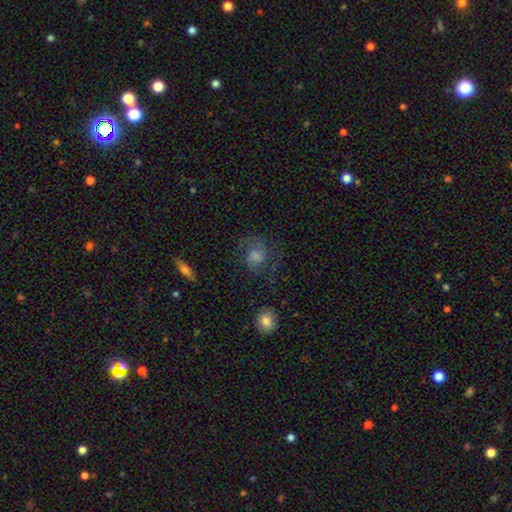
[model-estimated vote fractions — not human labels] This appears to be a featured or disk galaxy (71%) with no bar (63%), 2 (83%) medium (51%) spiral arms (94%) and a moderate central bulge (44%). Merging: none (72%).